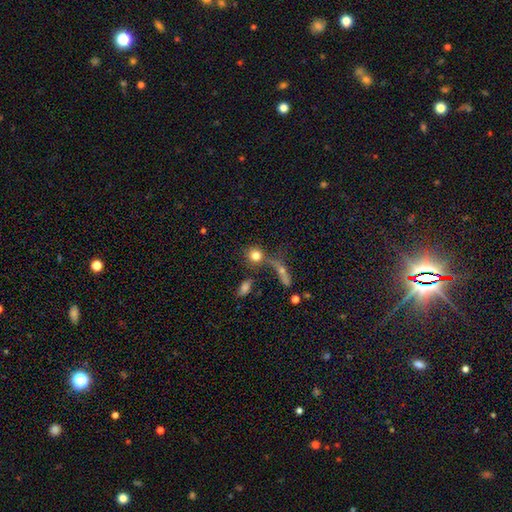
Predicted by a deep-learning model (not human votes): Q: Smooth or featured?
A: smooth (78%); runner-up: star or artifact (11%)
Q: How rounded?
A: round (85%); runner-up: in between (12%)
Q: Merging?
A: none (57%); runner-up: merger (25%)